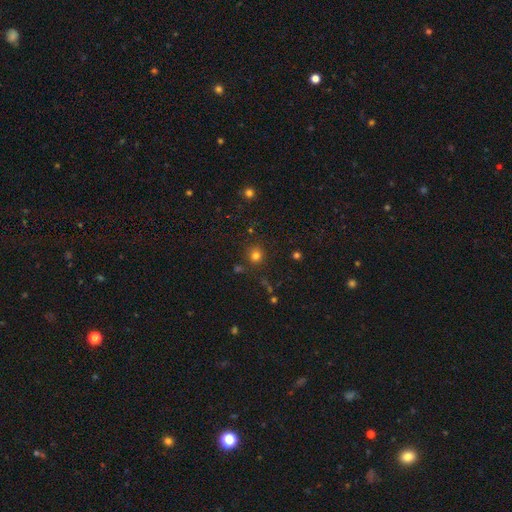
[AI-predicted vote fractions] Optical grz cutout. It shows a smooth galaxy with no disk features (77%) that is round (90%). Merging: none (85%).